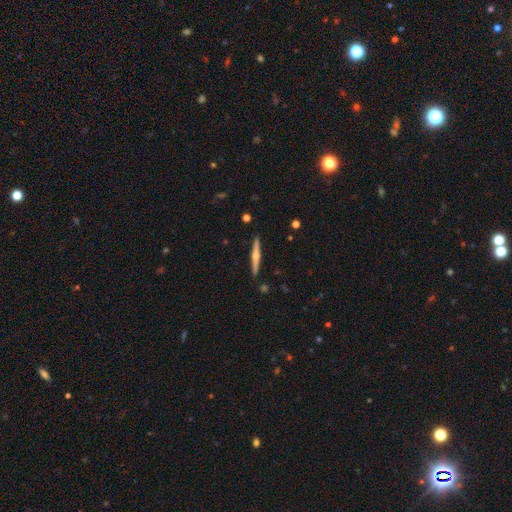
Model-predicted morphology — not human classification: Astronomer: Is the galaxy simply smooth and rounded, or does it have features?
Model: featured or disk — 64%.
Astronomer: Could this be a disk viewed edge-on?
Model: yes — 98%.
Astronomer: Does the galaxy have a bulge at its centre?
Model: rounded — 84%.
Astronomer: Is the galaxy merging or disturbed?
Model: none — 91%.